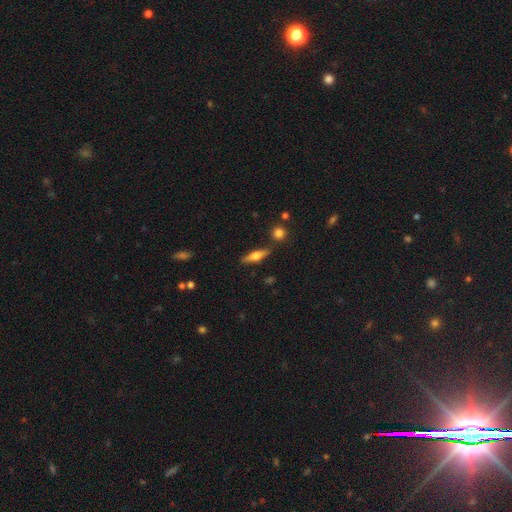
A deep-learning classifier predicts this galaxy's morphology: featured or disk 51%, smooth 42%, star or artifact 7%. Down the decision tree: edge-on disk — yes (93%); merging — none (82%).